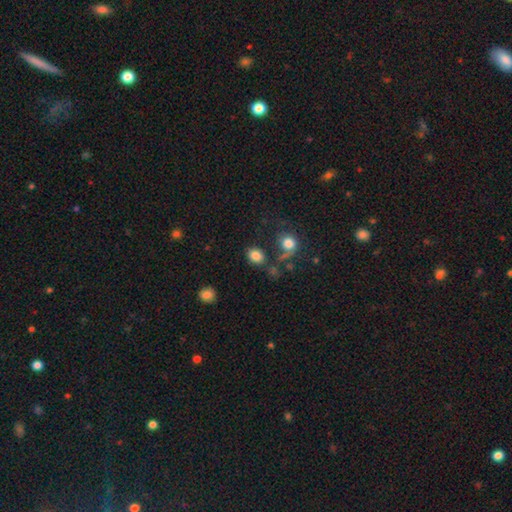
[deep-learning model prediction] Smooth or featured: smooth — 83% (star or artifact — 11%)
How rounded: in between — 58% (round — 41%)
Merging: none — 73% (minor disturbance — 12%)